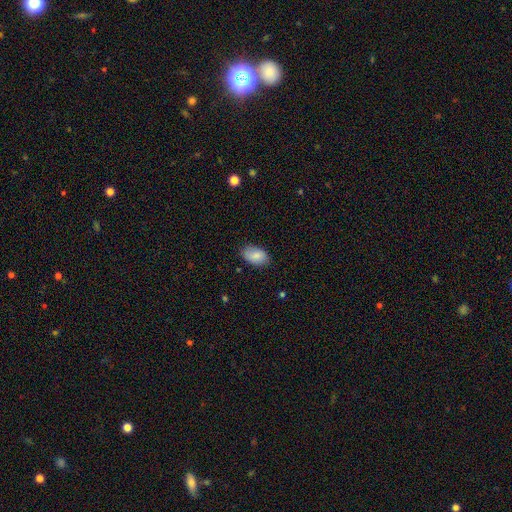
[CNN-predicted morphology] Smooth or featured?
  - smooth: 84% *
  - featured or disk: 9%
  - star or artifact: 7%
How rounded?
  - in between: 92% *
  - round: 7%
  - cigar-shaped: 1%
Merging?
  - none: 82% *
  - minor disturbance: 15%
  - major disturbance: 3%
  - merger: 1%